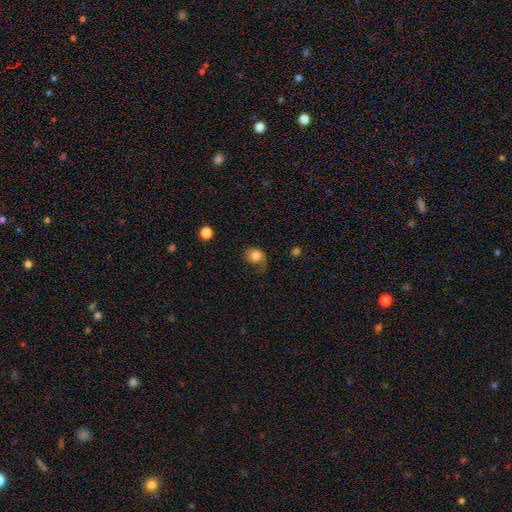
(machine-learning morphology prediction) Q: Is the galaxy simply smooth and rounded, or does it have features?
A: smooth — 76%.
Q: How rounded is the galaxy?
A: round — 60%.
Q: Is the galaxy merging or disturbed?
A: none — 37%.